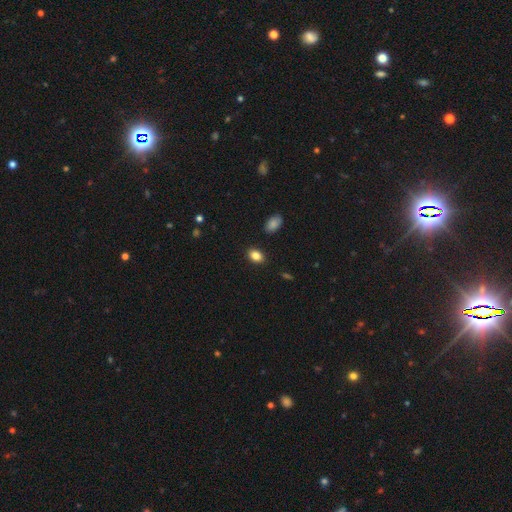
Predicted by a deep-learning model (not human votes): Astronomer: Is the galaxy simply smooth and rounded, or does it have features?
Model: smooth — 86%.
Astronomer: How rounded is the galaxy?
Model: in between — 80%.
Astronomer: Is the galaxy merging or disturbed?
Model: none — 89%.